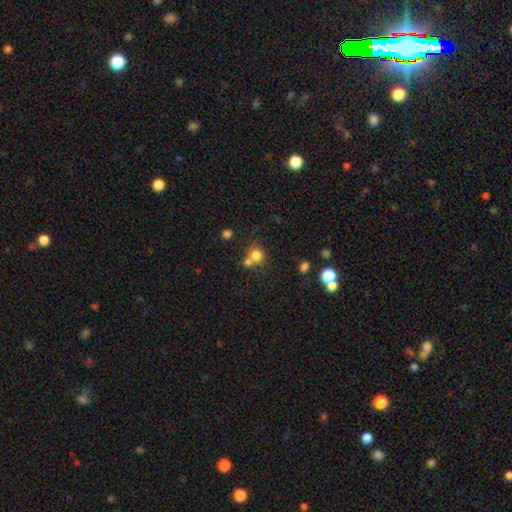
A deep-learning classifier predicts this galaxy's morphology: type=smooth (77%); roundness=round (84%); merging=none (47%).